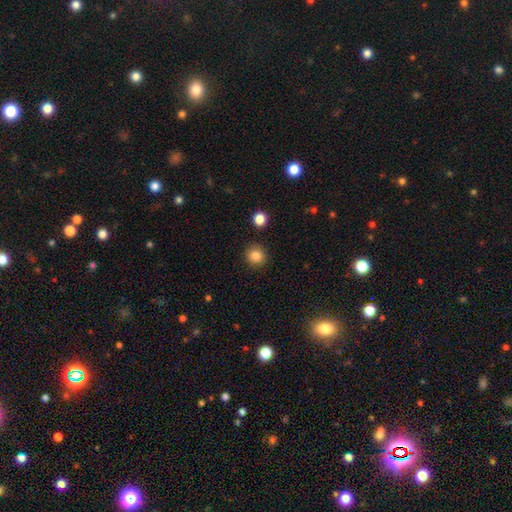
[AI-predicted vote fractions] smooth_or_featured: smooth (p=0.85) [alt: star or artifact p=0.10]
how_rounded: round (p=0.91) [alt: in between p=0.08]
merging: none (p=0.90) [alt: minor disturbance p=0.06]